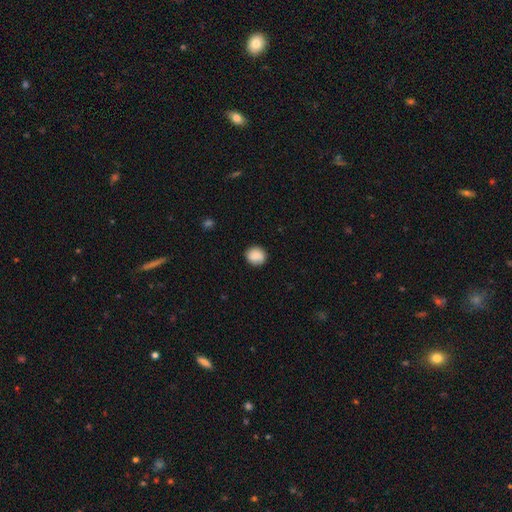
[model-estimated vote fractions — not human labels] A smooth galaxy with no disk features (86%) that is round (81%). Merging: none (88%).